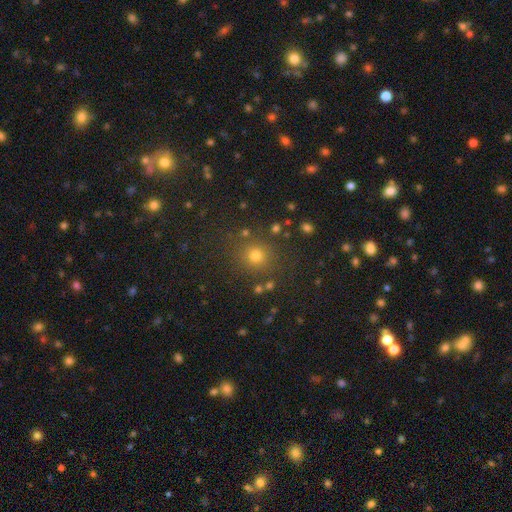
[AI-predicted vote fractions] smooth-or-featured: smooth: 69% | star or artifact: 25% | featured or disk: 7%
  how-rounded: round: 91% | in between: 8% | cigar-shaped: 1%
  merging: none: 85% | minor disturbance: 8% | merger: 4% | major disturbance: 3%